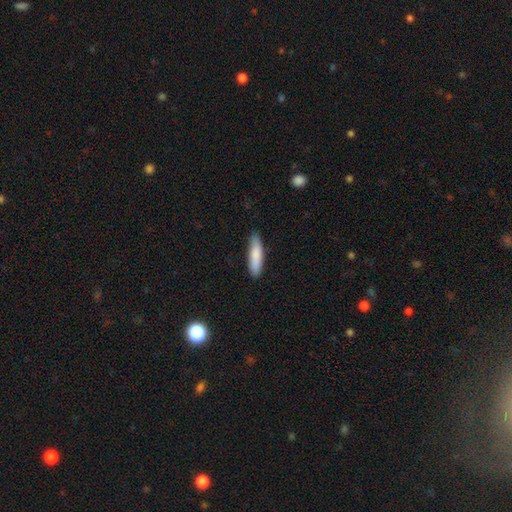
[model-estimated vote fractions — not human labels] A smooth galaxy with no disk features (84%) that is cigar-shaped (70%).

Vote fractions:
- Smooth or featured? smooth: 84% / featured or disk: 10% / star or artifact: 5%
- How rounded? cigar-shaped: 70% / in between: 29% / round: 1%
- Merging? none: 82% / minor disturbance: 15% / major disturbance: 2% / merger: 1%